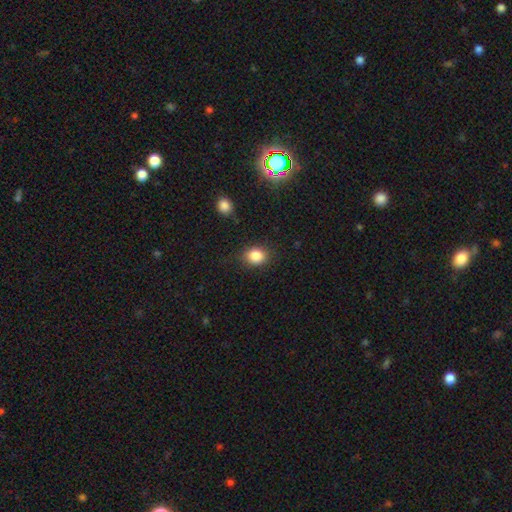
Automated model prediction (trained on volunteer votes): Smooth or featured?
  - smooth: 85% *
  - star or artifact: 10%
  - featured or disk: 5%
How rounded?
  - round: 56% *
  - in between: 43%
  - cigar-shaped: 1%
Merging?
  - none: 83% *
  - minor disturbance: 12%
  - major disturbance: 4%
  - merger: 2%